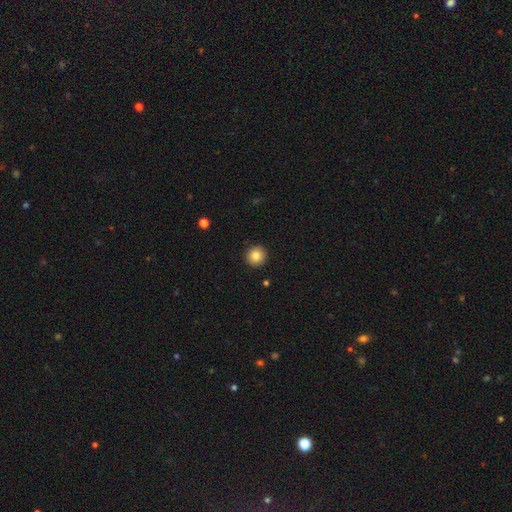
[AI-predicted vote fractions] Smooth or featured? Predicted: smooth (p=0.84). How rounded? Predicted: round (p=0.95). Merging? Predicted: none (p=0.93).